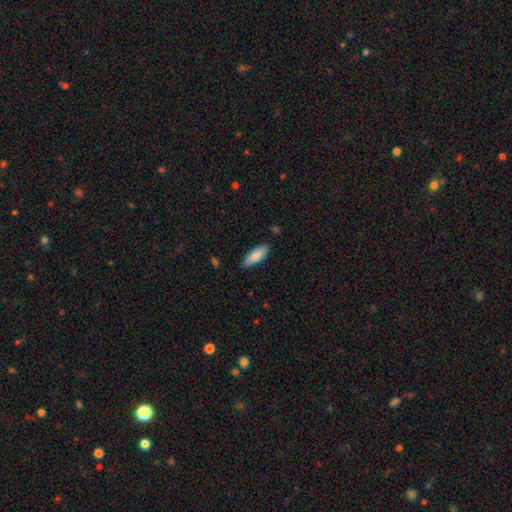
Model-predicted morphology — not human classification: This appears to be a smooth galaxy with no disk features (87%) that is in between round and cigar-shaped (72%). Merging: none (86%).